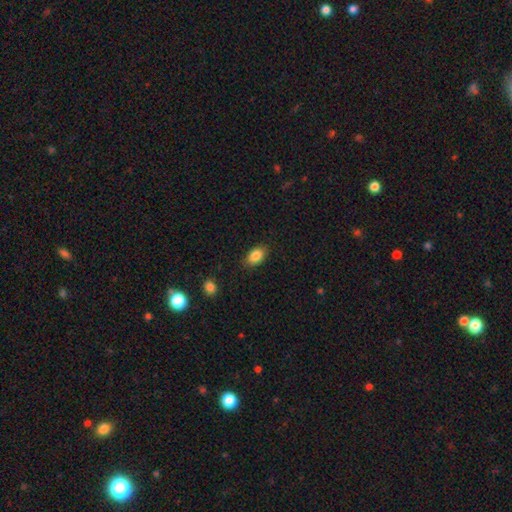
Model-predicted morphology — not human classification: smooth_or_featured: smooth (p=0.86) [alt: star or artifact p=0.08]
how_rounded: in between (p=0.85) [alt: round p=0.14]
merging: none (p=0.84) [alt: minor disturbance p=0.12]